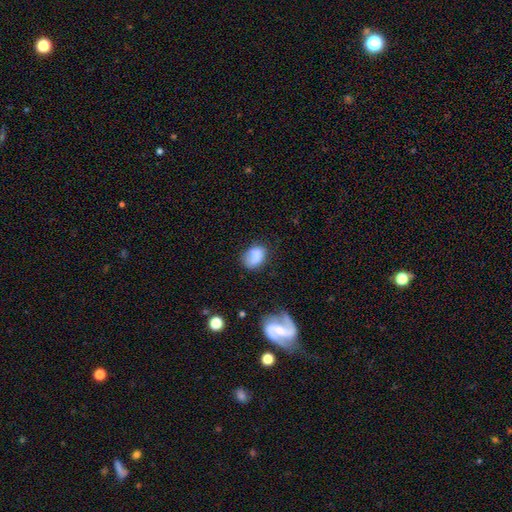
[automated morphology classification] smooth_or_featured: smooth (p=0.77) [alt: featured or disk p=0.14]
how_rounded: in between (p=0.73) [alt: round p=0.25]
merging: none (p=0.52) [alt: minor disturbance p=0.28]